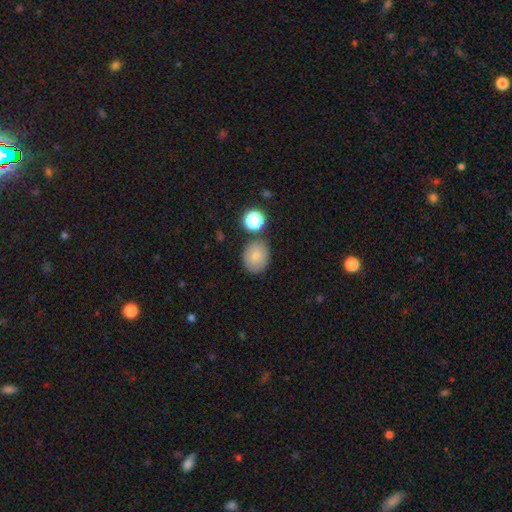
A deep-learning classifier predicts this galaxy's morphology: smooth_or_featured: smooth (p=0.77) [alt: featured or disk p=0.12]
how_rounded: round (p=0.69) [alt: in between p=0.30]
merging: none (p=0.76) [alt: minor disturbance p=0.12]